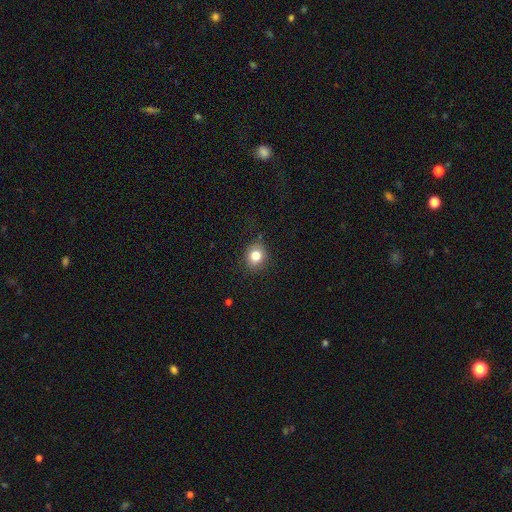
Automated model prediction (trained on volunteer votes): A smooth galaxy with no disk features (81%) that is round (69%).

Vote fractions:
- Smooth or featured? smooth: 81% / star or artifact: 11% / featured or disk: 8%
- How rounded? round: 69% / in between: 30% / cigar-shaped: 1%
- Merging? none: 84% / minor disturbance: 12% / major disturbance: 3% / merger: 1%